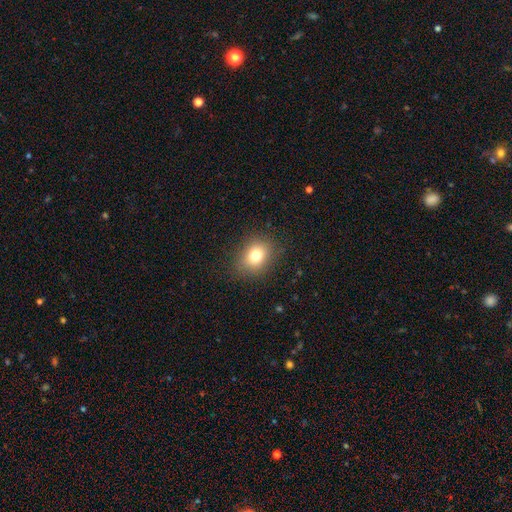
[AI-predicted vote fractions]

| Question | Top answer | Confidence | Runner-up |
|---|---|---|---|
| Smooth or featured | smooth | 77% | star or artifact (12%) |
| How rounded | in between | 51% | round (48%) |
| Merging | none | 85% | minor disturbance (11%) |